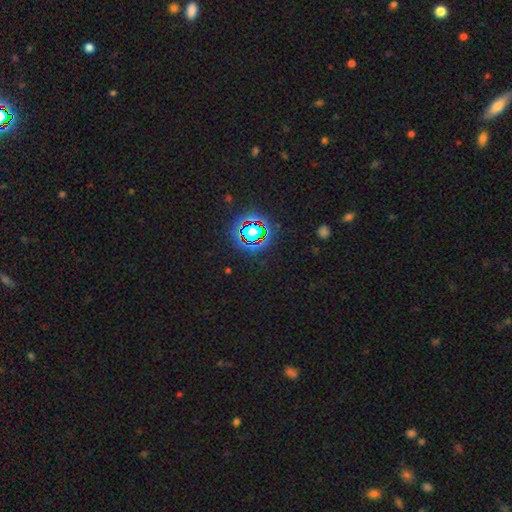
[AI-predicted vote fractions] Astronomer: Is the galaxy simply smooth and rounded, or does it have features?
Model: star or artifact — 79%.